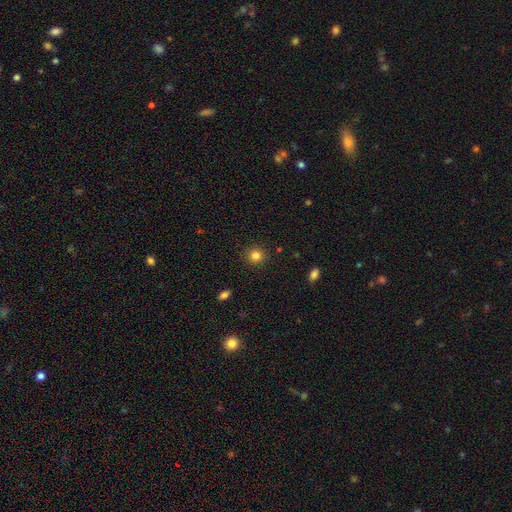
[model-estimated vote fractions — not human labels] Overall: smooth (83%). How rounded: round (90%). Merging: none (90%).